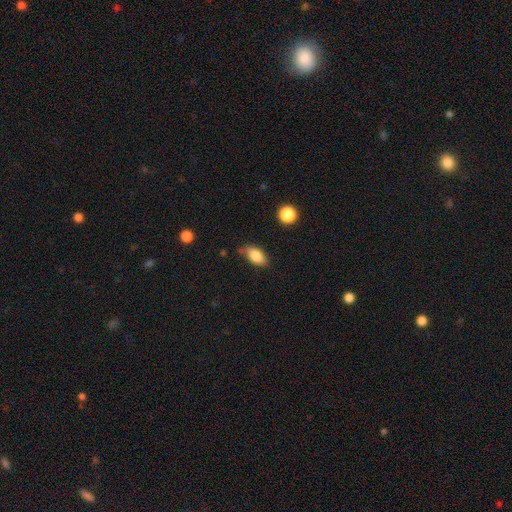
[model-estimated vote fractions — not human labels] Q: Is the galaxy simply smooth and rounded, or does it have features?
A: smooth — 84%.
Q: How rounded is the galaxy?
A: in between — 91%.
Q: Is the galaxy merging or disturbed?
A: none — 69%.